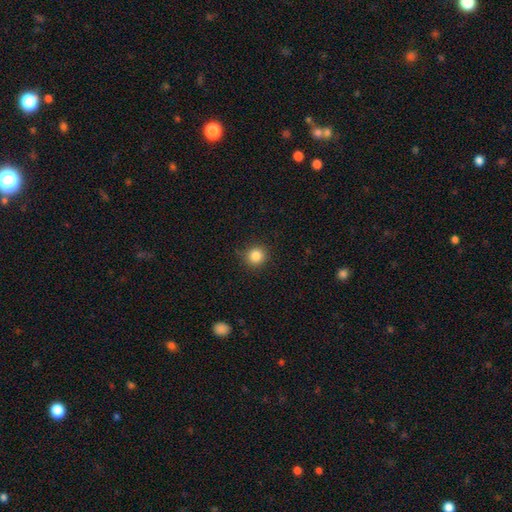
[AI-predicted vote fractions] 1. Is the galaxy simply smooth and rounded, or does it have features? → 85% smooth, 11% star or artifact, 4% featured or disk.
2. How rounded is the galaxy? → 92% round, 7% in between, 1% cigar-shaped.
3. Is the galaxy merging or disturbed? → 88% none, 8% minor disturbance, 2% major disturbance, 1% merger.